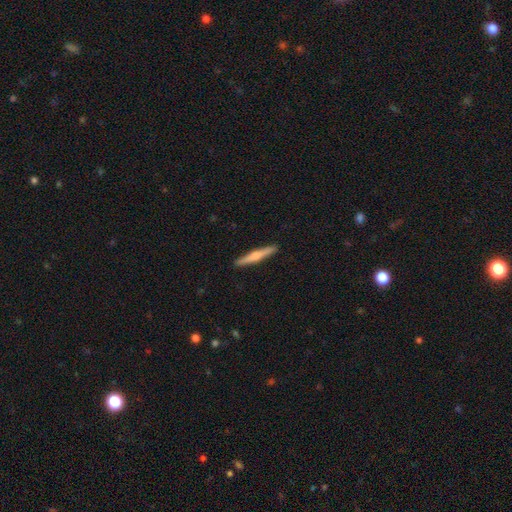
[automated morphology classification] This is possibly a featured or disk galaxy (49%). Merging: clearly none (92%).